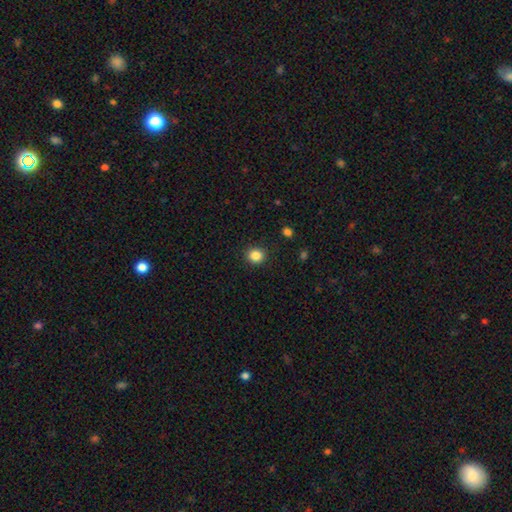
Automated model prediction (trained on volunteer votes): Smooth or featured? smooth (85%)
How rounded? round (83%)
Merging? none (90%)